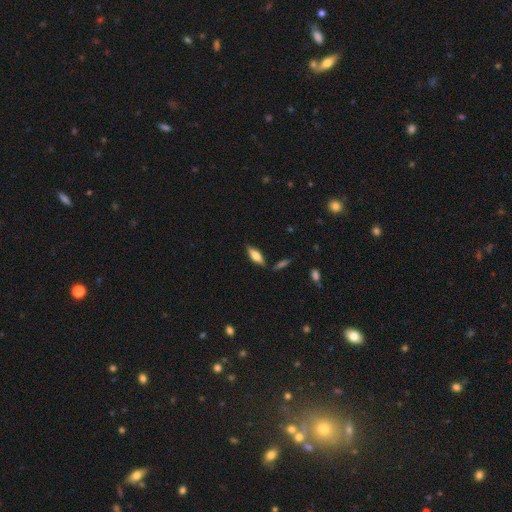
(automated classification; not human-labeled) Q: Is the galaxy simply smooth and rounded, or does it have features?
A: smooth — 60%.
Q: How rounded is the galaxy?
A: in between — 59%.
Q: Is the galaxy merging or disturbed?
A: none — 83%.